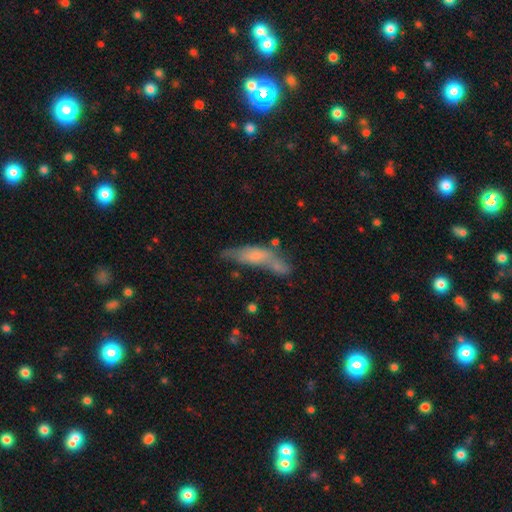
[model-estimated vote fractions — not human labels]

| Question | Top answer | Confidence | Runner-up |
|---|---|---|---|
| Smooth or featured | smooth | 63% | featured or disk (29%) |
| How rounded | cigar-shaped | 58% | in between (39%) |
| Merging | none | 34% | merger (27%) |